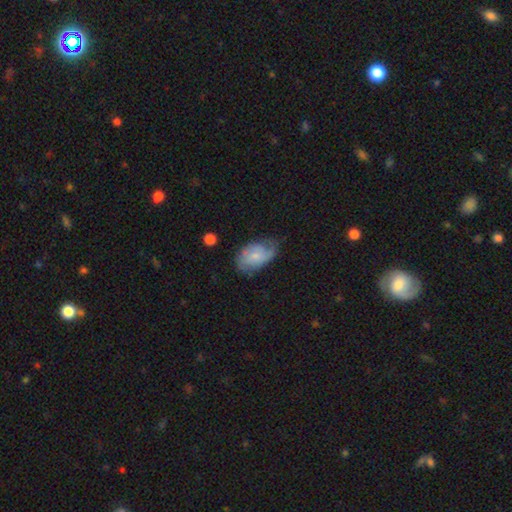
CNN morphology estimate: Q: Smooth or featured?
A: smooth (54%); runner-up: featured or disk (39%)
Q: How rounded?
A: in between (89%); runner-up: round (9%)
Q: Merging?
A: none (45%); runner-up: minor disturbance (37%)